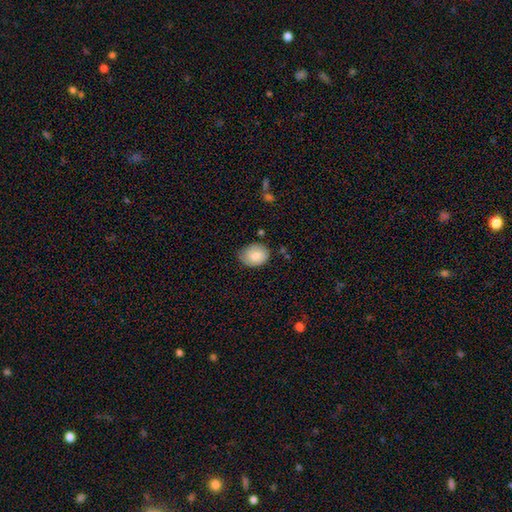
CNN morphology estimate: smooth-or-featured: smooth: 75% | featured or disk: 18% | star or artifact: 7%
  how-rounded: in between: 54% | round: 45% | cigar-shaped: 1%
  merging: none: 65% | minor disturbance: 28% | major disturbance: 5% | merger: 2%